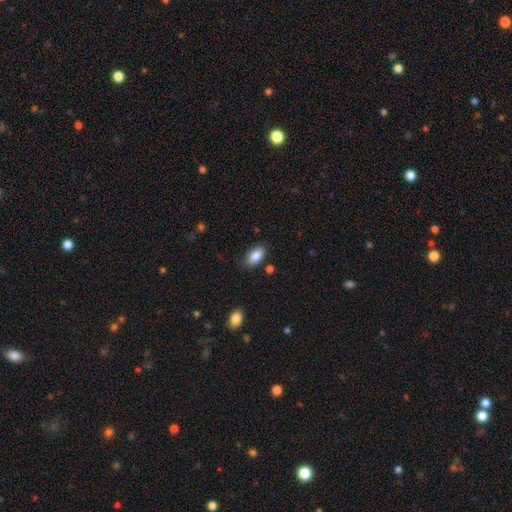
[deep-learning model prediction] This appears to be a smooth galaxy with no disk features (87%) that is in between round and cigar-shaped (93%). Merging: none (83%).